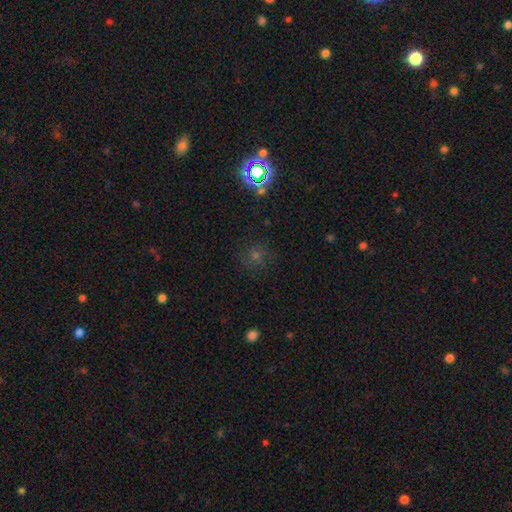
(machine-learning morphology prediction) Smooth or featured? Predicted: star or artifact (p=0.45).